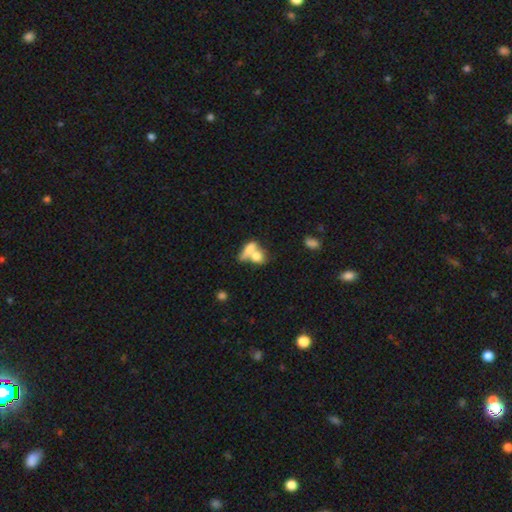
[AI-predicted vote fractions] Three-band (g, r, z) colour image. It shows a smooth galaxy with no disk features (70%) that is in between round and cigar-shaped (60%). Merging: merger (65%).